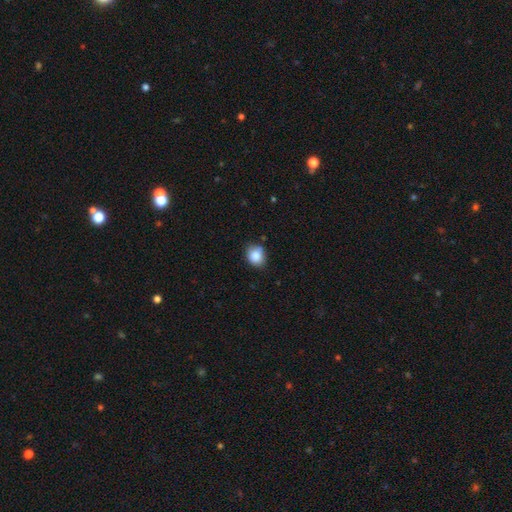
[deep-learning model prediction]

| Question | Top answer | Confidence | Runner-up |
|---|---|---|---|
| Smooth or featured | smooth | 84% | star or artifact (10%) |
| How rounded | round | 61% | in between (38%) |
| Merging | none | 73% | minor disturbance (20%) |